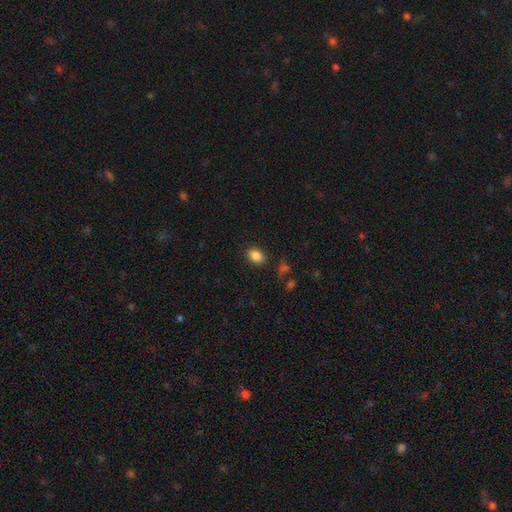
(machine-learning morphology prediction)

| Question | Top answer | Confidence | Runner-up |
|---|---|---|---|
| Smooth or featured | smooth | 86% | star or artifact (10%) |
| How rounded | in between | 70% | round (28%) |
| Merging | none | 85% | minor disturbance (10%) |